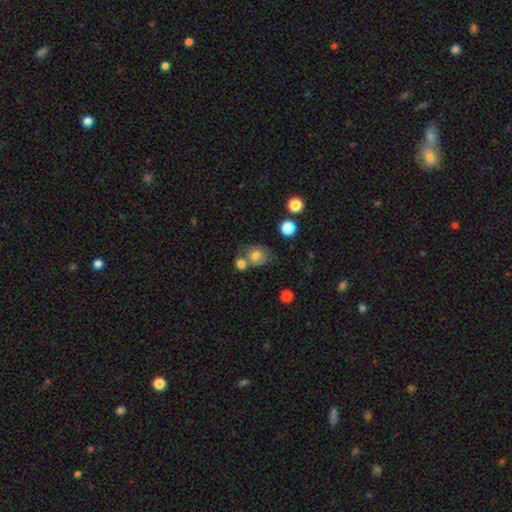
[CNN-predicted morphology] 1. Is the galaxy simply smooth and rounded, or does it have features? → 76% smooth, 13% featured or disk, 11% star or artifact.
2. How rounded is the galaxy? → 72% round, 27% in between, 1% cigar-shaped.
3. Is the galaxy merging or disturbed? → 49% none, 31% merger, 14% minor disturbance, 6% major disturbance.